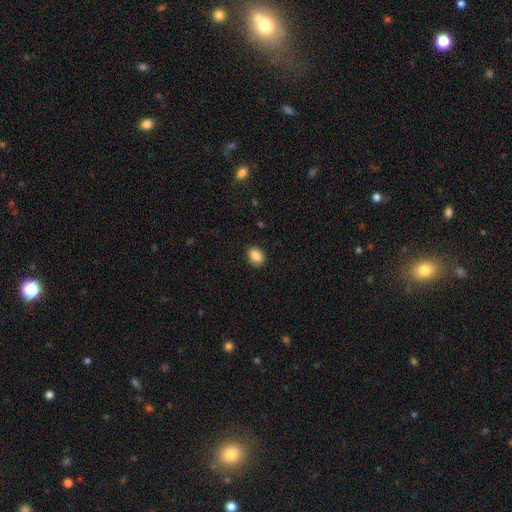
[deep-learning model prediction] smooth-or-featured: smooth: 88% | star or artifact: 8% | featured or disk: 4%
  how-rounded: in between: 76% | round: 23% | cigar-shaped: 1%
  merging: none: 89% | minor disturbance: 8% | major disturbance: 2% | merger: 1%